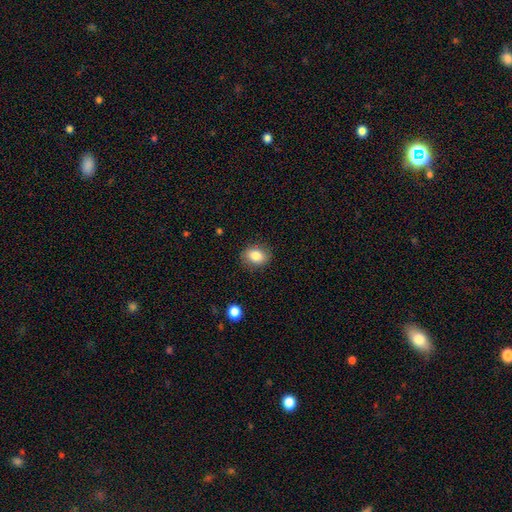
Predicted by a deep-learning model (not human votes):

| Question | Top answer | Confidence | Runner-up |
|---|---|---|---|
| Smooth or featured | smooth | 83% | star or artifact (9%) |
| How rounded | in between | 61% | round (38%) |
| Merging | none | 84% | minor disturbance (12%) |